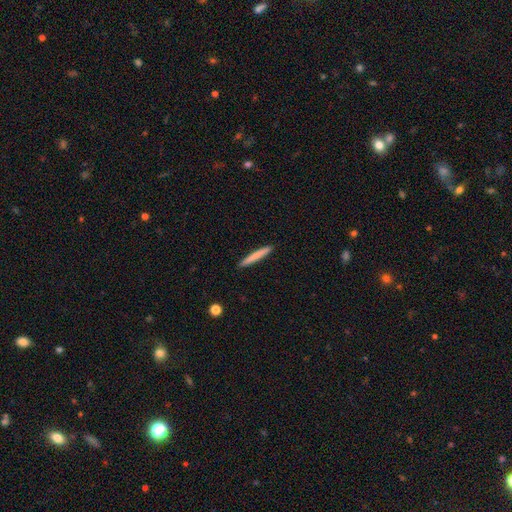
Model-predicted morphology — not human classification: Overall: smooth (76%). How rounded: cigar-shaped (96%). Merging: none (92%).